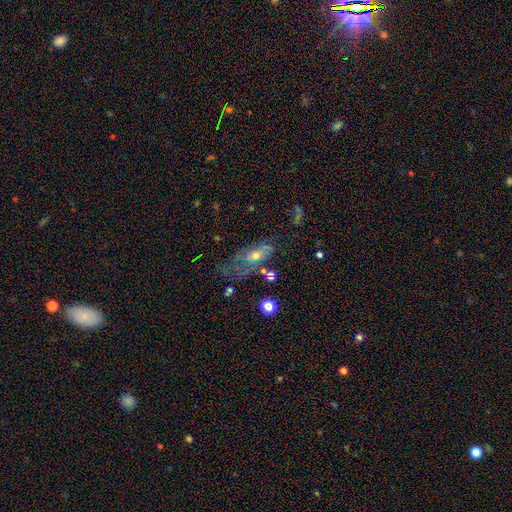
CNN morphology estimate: This appears to be a featured or disk galaxy (51%). Merging: none (34%).